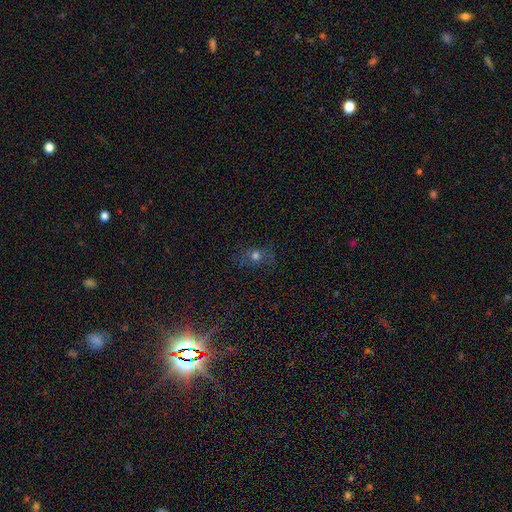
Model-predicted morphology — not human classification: The model was most divided on "how rounded": round: 53%, in between: 43%, cigar-shaped: 4%. More confident: merging — none (77%); smooth or featured — smooth (51%).